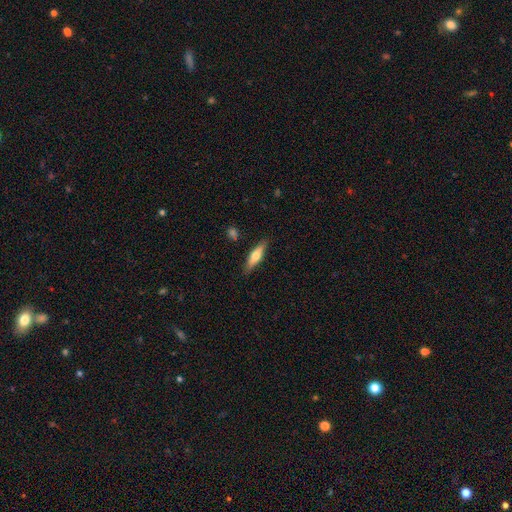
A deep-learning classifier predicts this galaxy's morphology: smooth-or-featured: smooth: 51% | featured or disk: 43% | star or artifact: 6%
  how-rounded: cigar-shaped: 67% | in between: 30% | round: 2%
  merging: none: 86% | minor disturbance: 10% | major disturbance: 2% | merger: 2%